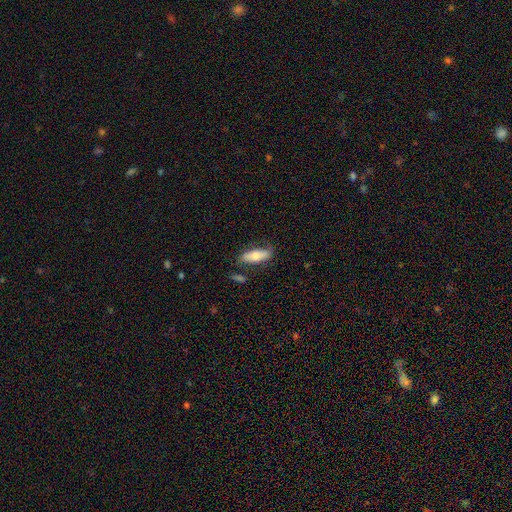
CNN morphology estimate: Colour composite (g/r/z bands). It shows a smooth galaxy with no disk features (68%) that is in between round and cigar-shaped (63%). Merging: none (69%).